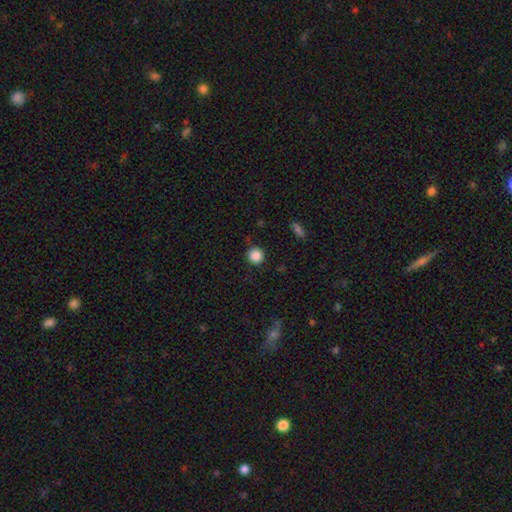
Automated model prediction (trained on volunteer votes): Q: Smooth or featured?
A: smooth (87%); runner-up: star or artifact (10%)
Q: How rounded?
A: round (94%); runner-up: in between (5%)
Q: Merging?
A: none (87%); runner-up: minor disturbance (9%)